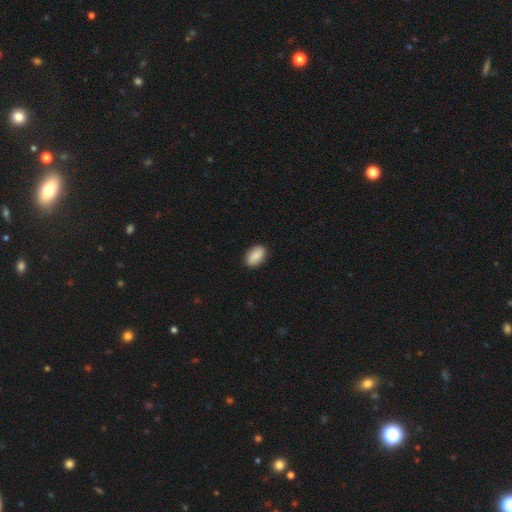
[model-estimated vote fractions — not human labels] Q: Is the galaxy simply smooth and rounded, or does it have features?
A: smooth — 87%.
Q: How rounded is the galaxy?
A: in between — 90%.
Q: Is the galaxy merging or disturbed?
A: none — 87%.